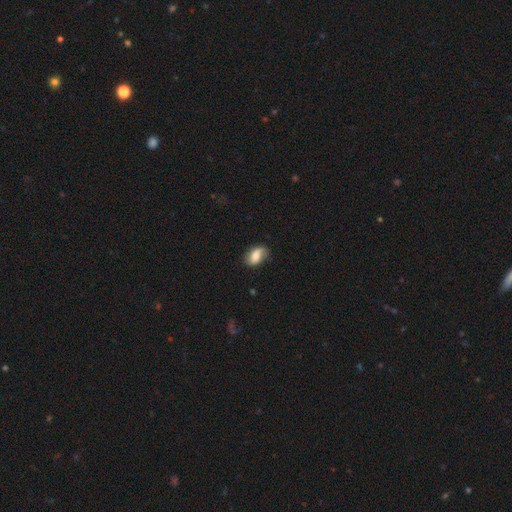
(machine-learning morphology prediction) Smooth or featured? smooth (66%)
How rounded? in between (89%)
Merging? none (66%)